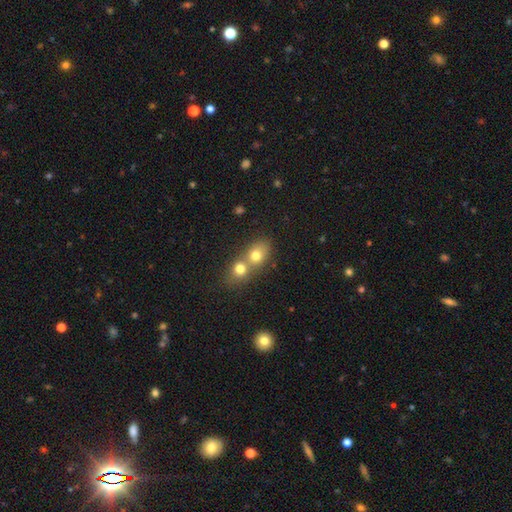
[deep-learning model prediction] smooth 73%, featured or disk 15%, star or artifact 12%. Down the decision tree: how rounded — round (54%); merging — merger (64%).